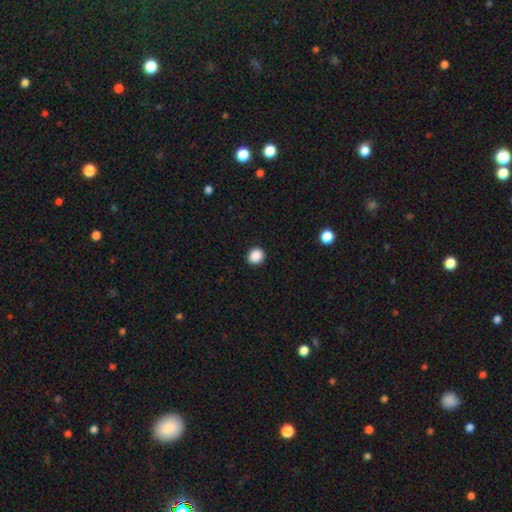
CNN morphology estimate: This appears to be a smooth galaxy with no disk features (89%) that is round (88%). Merging: none (92%).